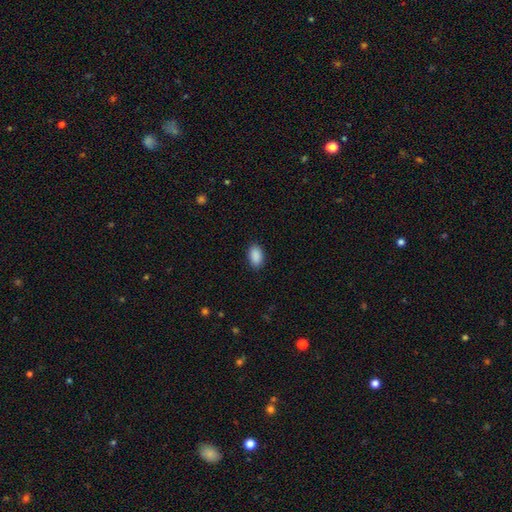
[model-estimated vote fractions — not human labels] This appears to be a smooth galaxy with no disk features (91%) that is in between round and cigar-shaped (93%). Merging: none (89%).